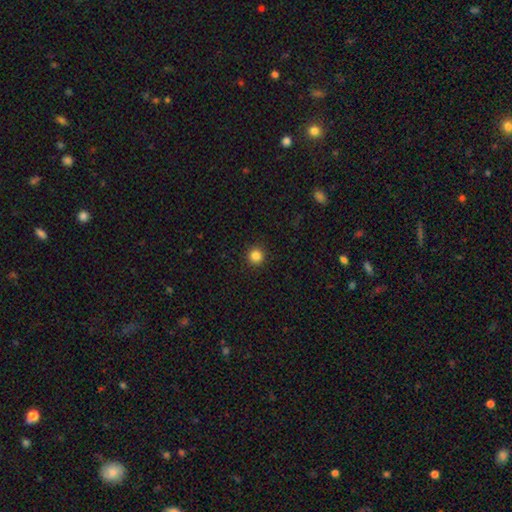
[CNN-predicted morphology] smooth_or_featured: smooth (p=0.85) [alt: star or artifact p=0.12]
how_rounded: round (p=0.95) [alt: in between p=0.04]
merging: none (p=0.93) [alt: minor disturbance p=0.04]